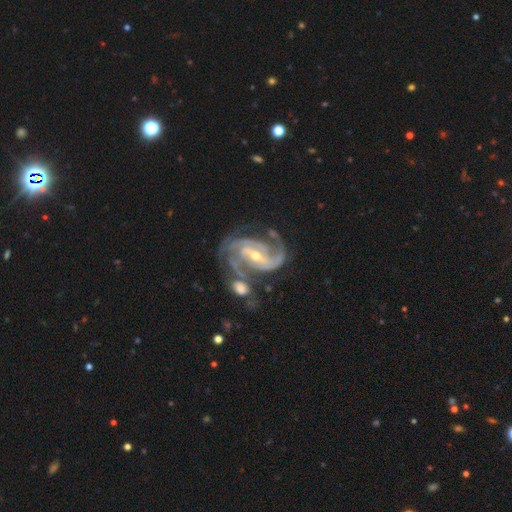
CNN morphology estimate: Smooth or featured: featured or disk — 93% (star or artifact — 4%)
Edge-on disk: no — 98% (yes — 2%)
Bar: strong — 48% (weak — 36%)
Spiral arms: yes — 98% (no — 2%)
Spiral winding: medium — 51% (tight — 36%)
Spiral arm count: 2 — 50% (3 — 27%)
Bulge size: small — 56% (moderate — 41%)
Merging: none — 45% (merger — 21%)